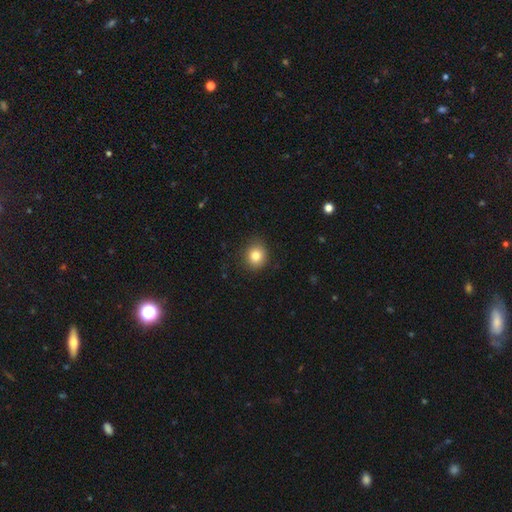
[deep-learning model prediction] Q: Smooth or featured?
A: smooth (82%); runner-up: star or artifact (11%)
Q: How rounded?
A: round (81%); runner-up: in between (18%)
Q: Merging?
A: none (87%); runner-up: minor disturbance (9%)